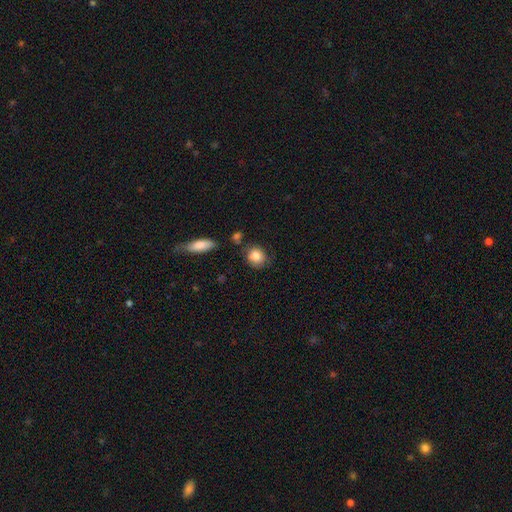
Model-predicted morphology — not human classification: Overall: smooth (86%). How rounded: round (73%). Merging: none (71%).